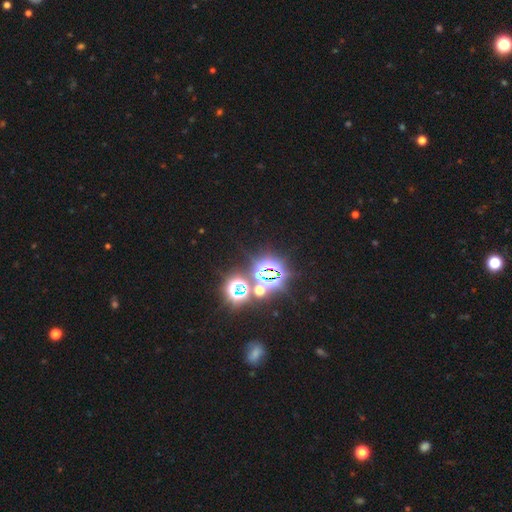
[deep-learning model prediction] A star or artifact, not a galaxy (78%).

Vote fractions:
- Smooth or featured? star or artifact: 78% / smooth: 15% / featured or disk: 7%